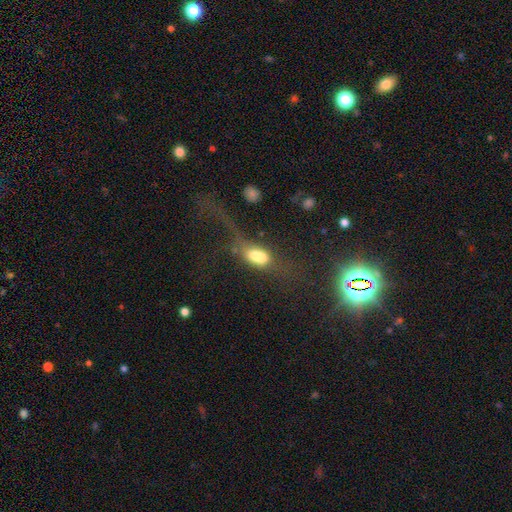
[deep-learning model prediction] smooth 68%, featured or disk 22%, star or artifact 10%. Down the decision tree: how rounded — in between (83%); merging — major disturbance (46%).